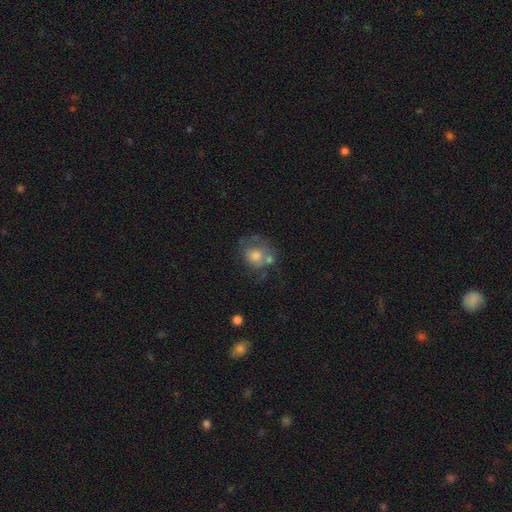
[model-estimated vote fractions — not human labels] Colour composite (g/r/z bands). It shows a smooth galaxy with no disk features (55%) that is round (66%). Merging: none (39%).